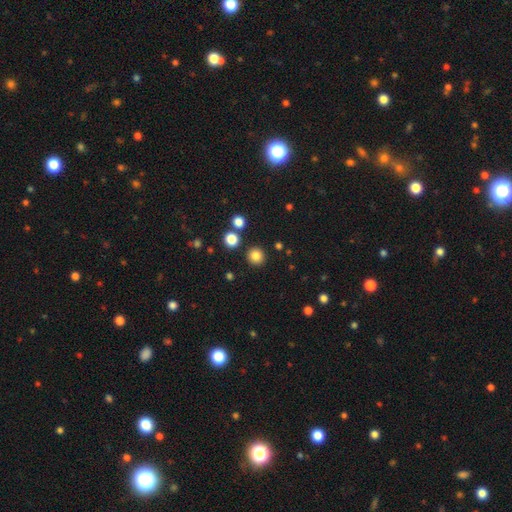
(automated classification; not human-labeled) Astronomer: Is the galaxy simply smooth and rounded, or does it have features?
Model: smooth — 83%.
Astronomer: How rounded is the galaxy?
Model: round — 94%.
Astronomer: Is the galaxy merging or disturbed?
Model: none — 89%.